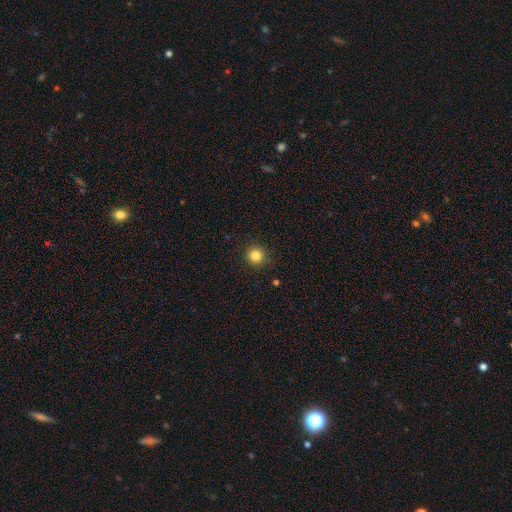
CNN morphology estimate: Q: Smooth or featured?
A: smooth (83%); runner-up: star or artifact (12%)
Q: How rounded?
A: round (95%); runner-up: in between (4%)
Q: Merging?
A: none (91%); runner-up: minor disturbance (6%)